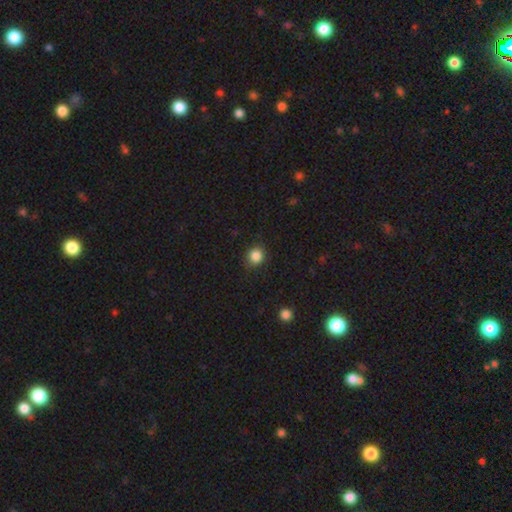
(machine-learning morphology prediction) Smooth or featured? Predicted: smooth (p=0.86). How rounded? Predicted: round (p=0.86). Merging? Predicted: none (p=0.85).